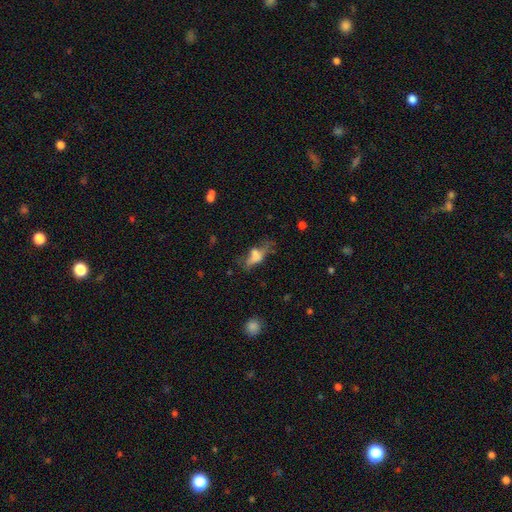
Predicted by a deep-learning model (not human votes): smooth-or-featured: smooth: 51% | featured or disk: 35% | star or artifact: 14%
  how-rounded: in between: 66% | cigar-shaped: 27% | round: 6%
  merging: none: 35% | major disturbance: 28% | minor disturbance: 22% | merger: 14%